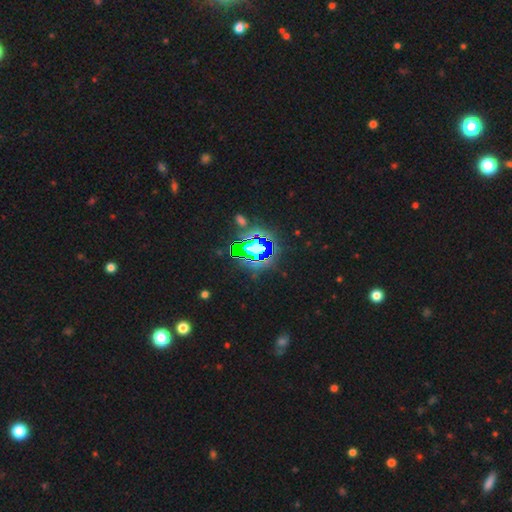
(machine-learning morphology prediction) smooth-or-featured: star or artifact: 83% | smooth: 10% | featured or disk: 7%